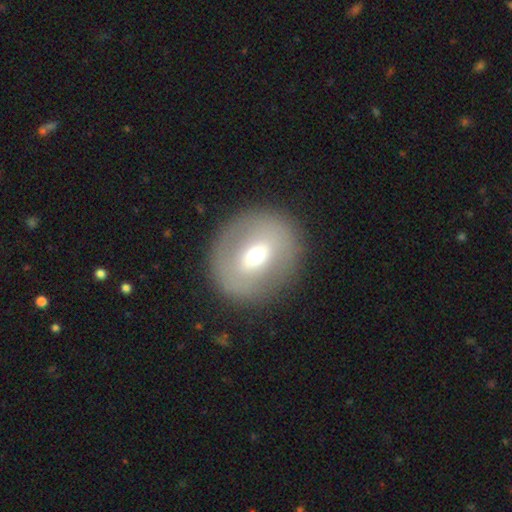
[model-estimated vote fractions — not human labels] Overall: smooth (48%; featured or disk 44%). Merging: none (86%).